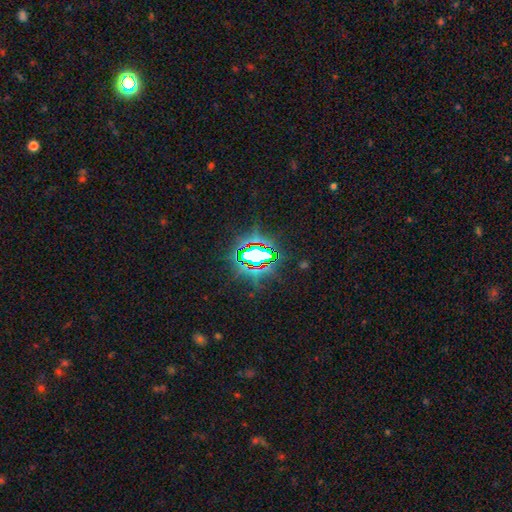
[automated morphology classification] This is likely a star or artifact rather than a galaxy (75%).